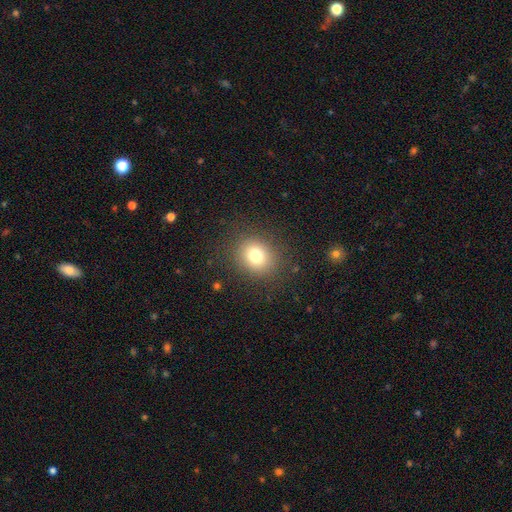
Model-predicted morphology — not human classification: Overall: smooth (77%). How rounded: round (74%). Merging: none (86%).